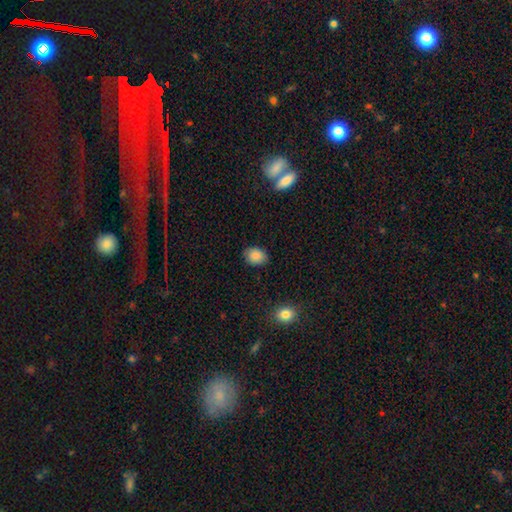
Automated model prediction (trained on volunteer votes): A smooth galaxy with no disk features (87%) that is in between round and cigar-shaped (63%). Merging: none (83%).